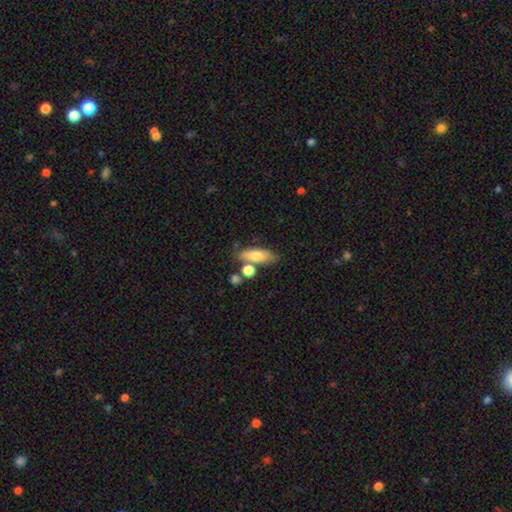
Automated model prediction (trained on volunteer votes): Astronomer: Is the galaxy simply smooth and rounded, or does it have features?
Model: smooth — 72%.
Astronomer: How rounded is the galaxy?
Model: in between — 63%.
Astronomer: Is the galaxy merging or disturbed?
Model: none — 62%.